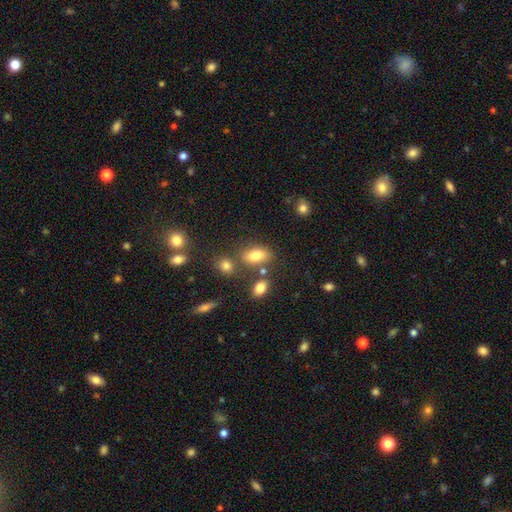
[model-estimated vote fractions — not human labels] The model was most divided on "merging": none: 67%, merger: 15%, minor disturbance: 14%, major disturbance: 5%. More confident: how rounded — in between (85%); smooth or featured — smooth (78%).